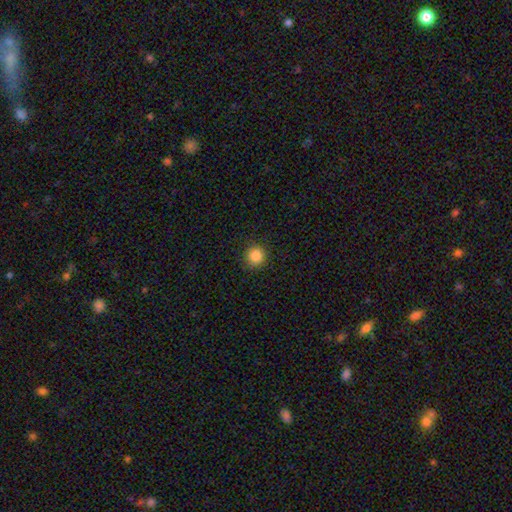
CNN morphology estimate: This is clearly a smooth galaxy (86%). How rounded: clearly round (94%). Merging: clearly none (89%).